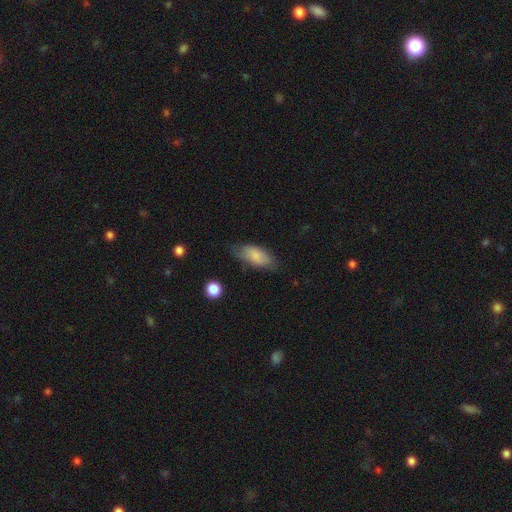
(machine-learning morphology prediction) A smooth galaxy with no disk features (77%) that is in between round and cigar-shaped (88%).

Vote fractions:
- Smooth or featured? smooth: 77% / featured or disk: 16% / star or artifact: 7%
- How rounded? in between: 88% / cigar-shaped: 10% / round: 3%
- Merging? none: 63% / minor disturbance: 27% / major disturbance: 8% / merger: 2%